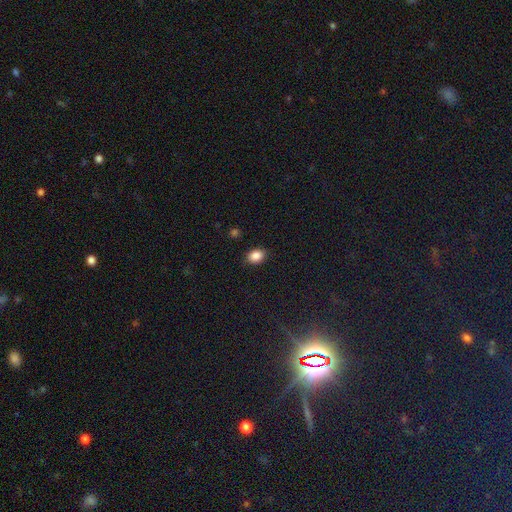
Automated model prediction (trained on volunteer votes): smooth-or-featured: smooth: 87% | star or artifact: 9% | featured or disk: 4%
  how-rounded: in between: 67% | round: 32% | cigar-shaped: 1%
  merging: none: 86% | minor disturbance: 10% | major disturbance: 2% | merger: 1%